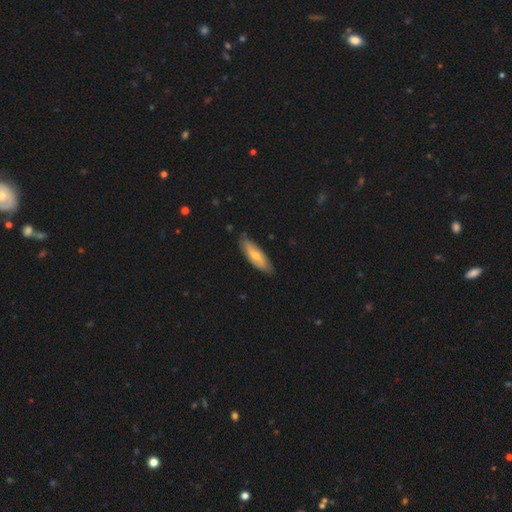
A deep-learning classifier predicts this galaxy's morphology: The model was most divided on "how rounded": in between: 56%, cigar-shaped: 42%, round: 2%. More confident: merging — none (81%); smooth or featured — smooth (60%).